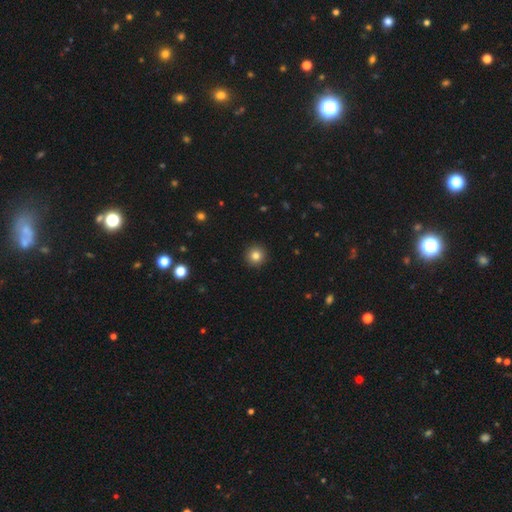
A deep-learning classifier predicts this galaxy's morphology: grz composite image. It shows a smooth galaxy with no disk features (82%) that is round (95%). Merging: none (93%).